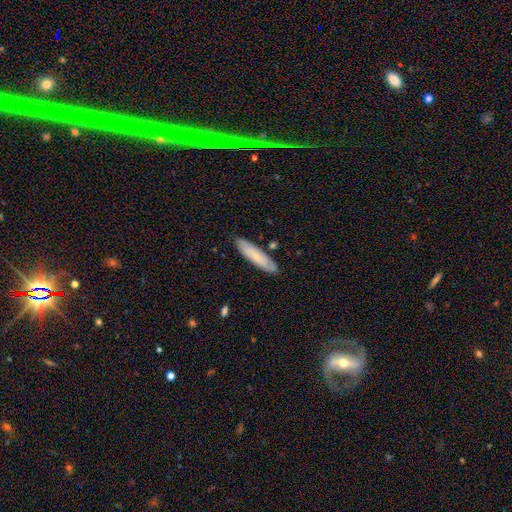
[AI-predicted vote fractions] This appears to be a smooth galaxy with no disk features (67%) that is cigar-shaped (76%). Merging: none (84%).